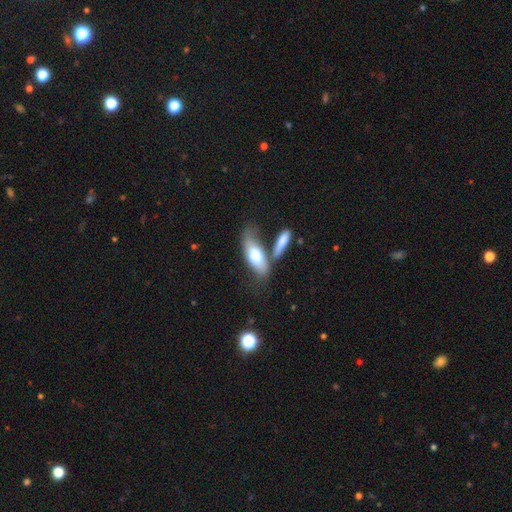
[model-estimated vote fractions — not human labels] Morphology: type=smooth (69%); roundness=in between (72%); merging=merger (35%).